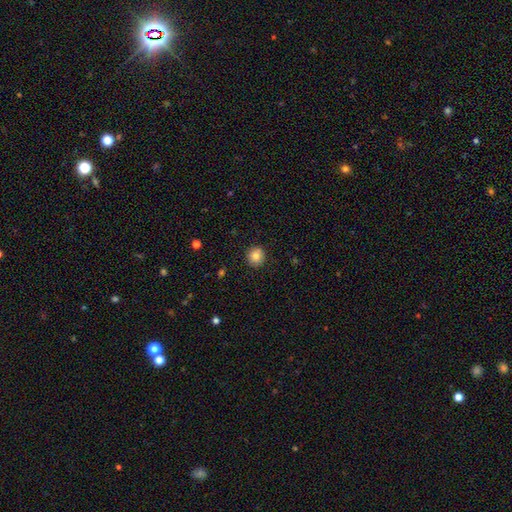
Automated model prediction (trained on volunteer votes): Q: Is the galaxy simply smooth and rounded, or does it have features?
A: smooth — 84%.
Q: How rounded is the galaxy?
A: round — 92%.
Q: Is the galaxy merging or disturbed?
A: none — 91%.